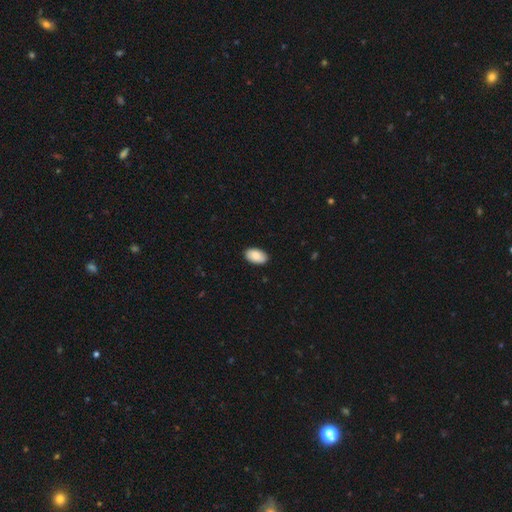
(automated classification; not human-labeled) This appears to be a smooth galaxy with no disk features (86%) that is in between round and cigar-shaped (94%). Merging: none (88%).